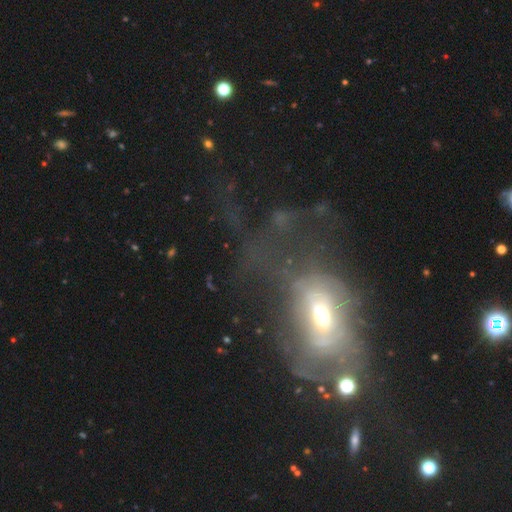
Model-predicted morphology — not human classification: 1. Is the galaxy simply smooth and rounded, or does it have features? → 51% featured or disk, 29% smooth, 20% star or artifact.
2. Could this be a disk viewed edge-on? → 90% no, 10% yes.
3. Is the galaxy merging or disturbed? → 54% major disturbance, 22% none, 13% minor disturbance, 10% merger.